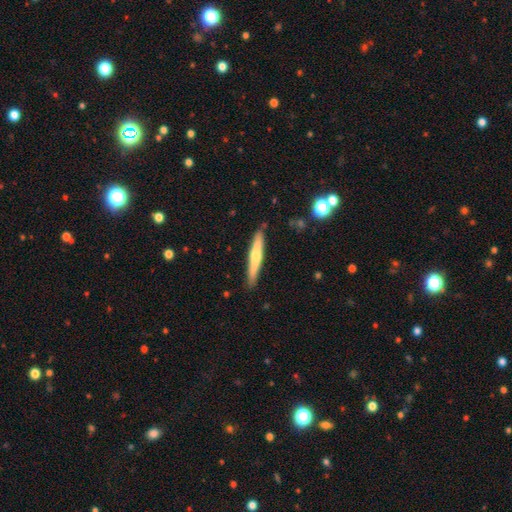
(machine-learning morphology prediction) This is possibly a smooth galaxy (52%). How rounded: clearly cigar-shaped (94%). Merging: clearly none (87%).